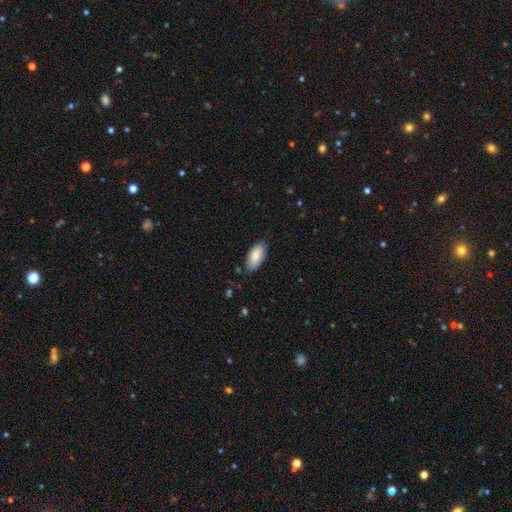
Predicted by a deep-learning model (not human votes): smooth-or-featured: smooth: 86% | featured or disk: 8% | star or artifact: 6%
  how-rounded: in between: 92% | cigar-shaped: 6% | round: 2%
  merging: none: 83% | minor disturbance: 14% | major disturbance: 2% | merger: 1%